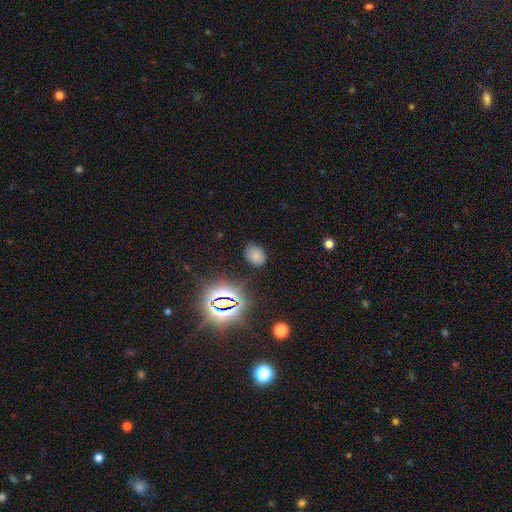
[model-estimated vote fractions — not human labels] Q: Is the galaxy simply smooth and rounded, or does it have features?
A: smooth — 68%.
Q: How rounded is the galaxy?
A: in between — 73%.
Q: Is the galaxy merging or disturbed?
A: none — 81%.